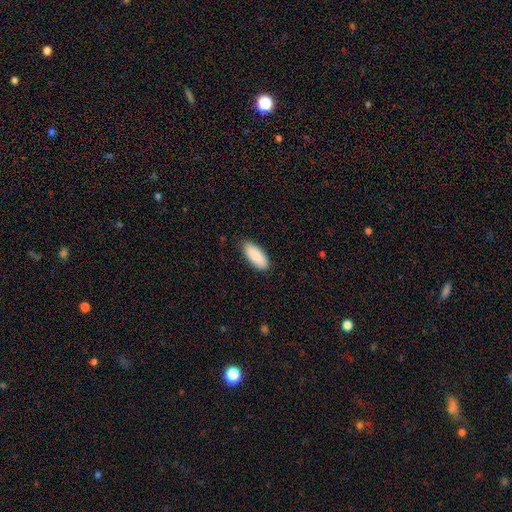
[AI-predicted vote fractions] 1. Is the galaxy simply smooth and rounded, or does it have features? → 89% smooth, 6% star or artifact, 5% featured or disk.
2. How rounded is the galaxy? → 81% in between, 18% cigar-shaped, 2% round.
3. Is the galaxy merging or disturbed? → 87% none, 11% minor disturbance, 2% major disturbance, 1% merger.